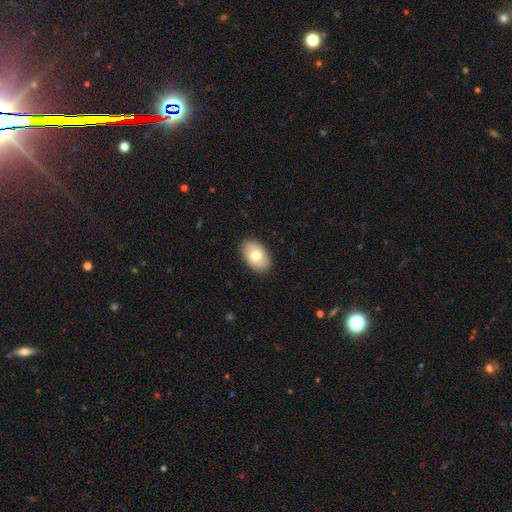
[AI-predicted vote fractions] Smooth or featured?
  - smooth: 77% *
  - featured or disk: 17%
  - star or artifact: 6%
How rounded?
  - in between: 91% *
  - round: 8%
  - cigar-shaped: 1%
Merging?
  - none: 89% *
  - minor disturbance: 9%
  - major disturbance: 2%
  - merger: 1%